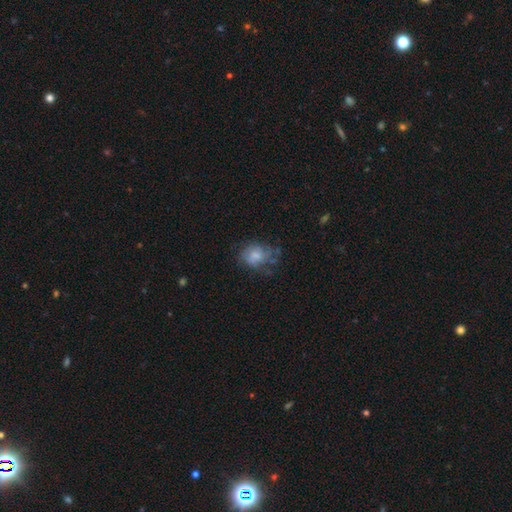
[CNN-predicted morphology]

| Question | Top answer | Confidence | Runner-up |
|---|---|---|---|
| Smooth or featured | smooth | 46% | featured or disk (45%) |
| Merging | none | 47% | minor disturbance (27%) |